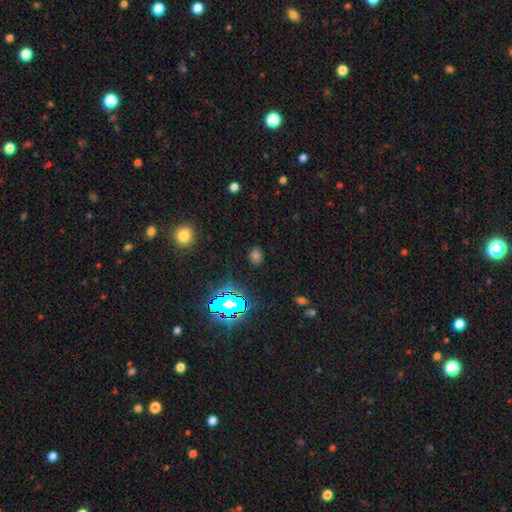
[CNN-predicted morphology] The model was most divided on "how rounded": round: 54%, in between: 44%, cigar-shaped: 2%. More confident: merging — none (84%); smooth or featured — smooth (54%).